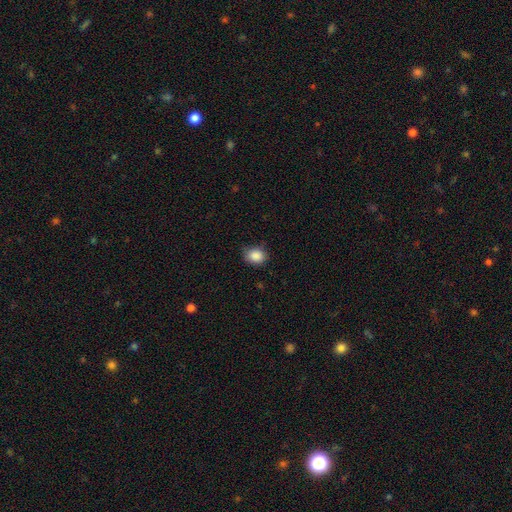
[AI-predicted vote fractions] Q: Smooth or featured?
A: smooth (87%); runner-up: star or artifact (9%)
Q: How rounded?
A: round (52%); runner-up: in between (47%)
Q: Merging?
A: none (74%); runner-up: minor disturbance (21%)